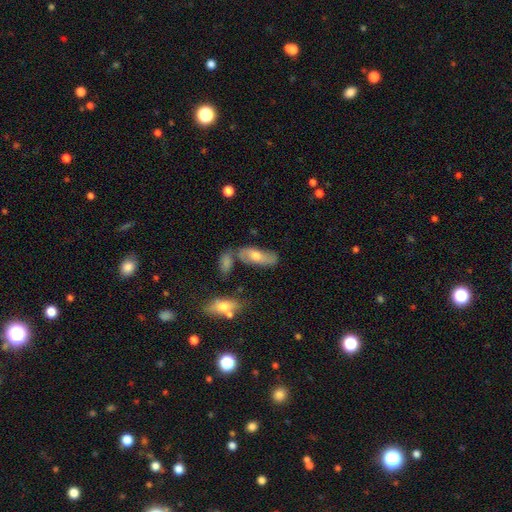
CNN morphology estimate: Smooth or featured?
  - featured or disk: 50% *
  - smooth: 41%
  - star or artifact: 9%
Merging?
  - none: 62% *
  - minor disturbance: 18%
  - merger: 13%
  - major disturbance: 7%